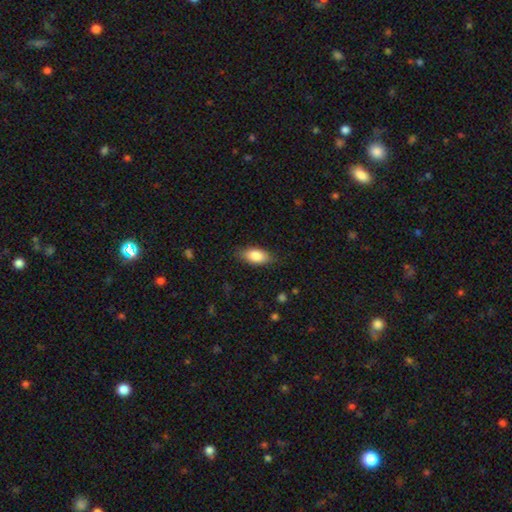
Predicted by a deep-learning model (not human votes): A smooth galaxy with no disk features (85%) that is in between round and cigar-shaped (88%).

Vote fractions:
- Smooth or featured? smooth: 85% / featured or disk: 9% / star or artifact: 7%
- How rounded? in between: 88% / cigar-shaped: 8% / round: 3%
- Merging? none: 82% / minor disturbance: 14% / major disturbance: 3% / merger: 1%